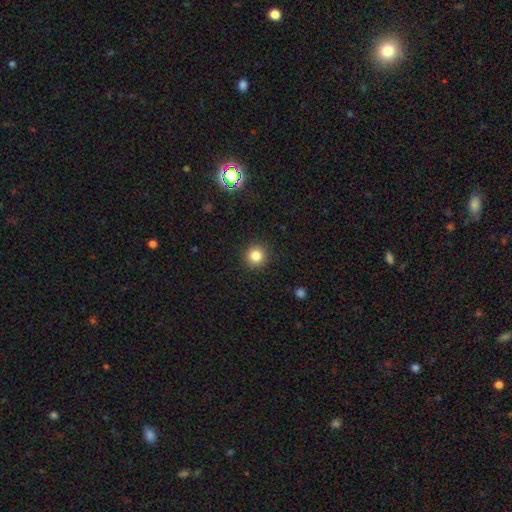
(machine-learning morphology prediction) smooth-or-featured: smooth: 82% | star or artifact: 12% | featured or disk: 5%
  how-rounded: round: 94% | in between: 5% | cigar-shaped: 1%
  merging: none: 92% | minor disturbance: 5% | major disturbance: 2% | merger: 1%